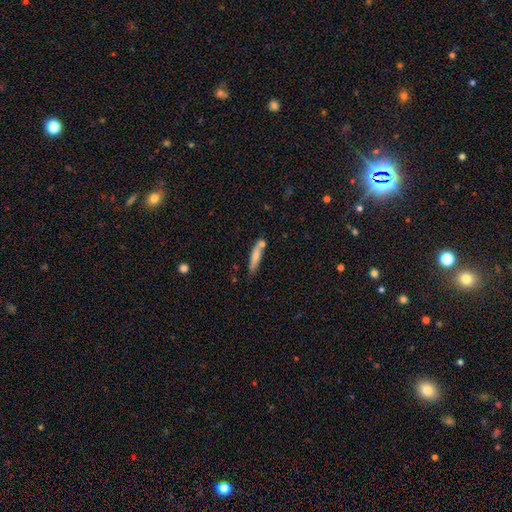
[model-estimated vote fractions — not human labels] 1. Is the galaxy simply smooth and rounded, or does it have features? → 70% smooth, 23% featured or disk, 7% star or artifact.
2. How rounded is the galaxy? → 84% cigar-shaped, 15% in between, 2% round.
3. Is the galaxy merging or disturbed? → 66% none, 16% minor disturbance, 14% merger, 4% major disturbance.